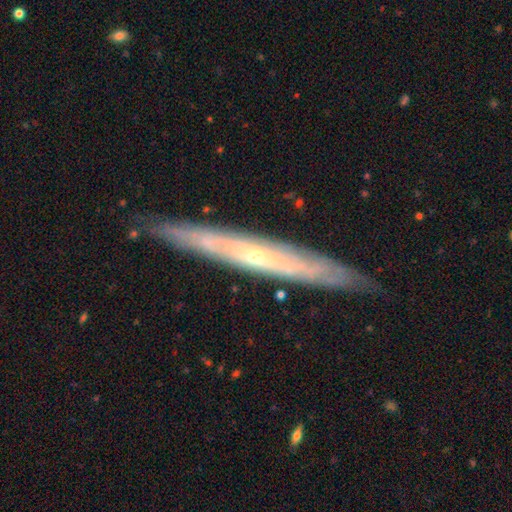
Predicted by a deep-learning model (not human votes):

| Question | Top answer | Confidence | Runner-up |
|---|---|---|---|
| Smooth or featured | featured or disk | 76% | smooth (17%) |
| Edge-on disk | yes | 80% | no (20%) |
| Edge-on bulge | rounded | 56% | none (42%) |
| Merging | none | 87% | minor disturbance (10%) |